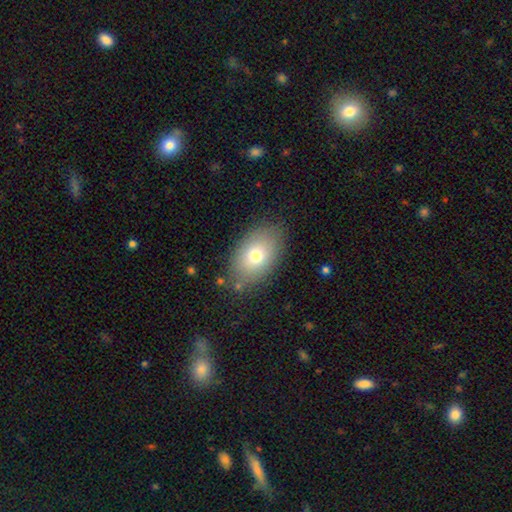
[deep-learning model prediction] A smooth galaxy with no disk features (74%) that is in between round and cigar-shaped (86%). Merging: none (80%).